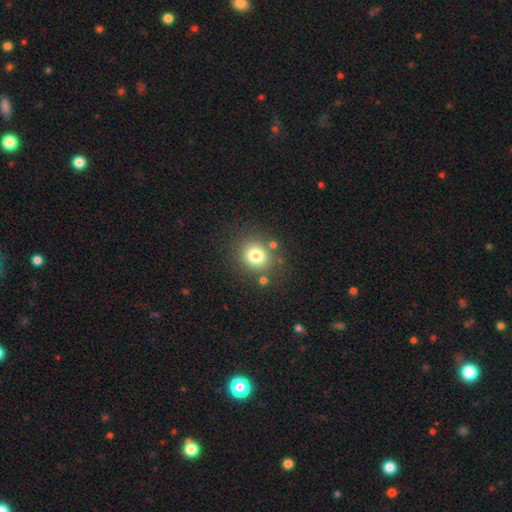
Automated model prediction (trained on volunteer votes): The model was most divided on "smooth or featured": smooth: 77%, star or artifact: 14%, featured or disk: 9%. More confident: how rounded — round (83%); merging — none (80%).